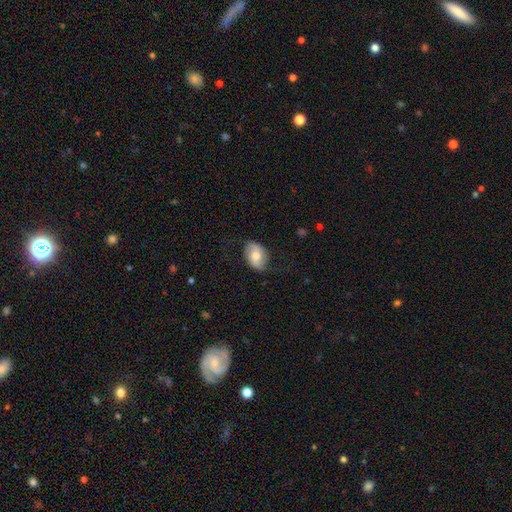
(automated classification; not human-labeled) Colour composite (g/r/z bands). It shows a smooth galaxy with no disk features (54%) that is in between round and cigar-shaped (81%). Merging: none (72%).